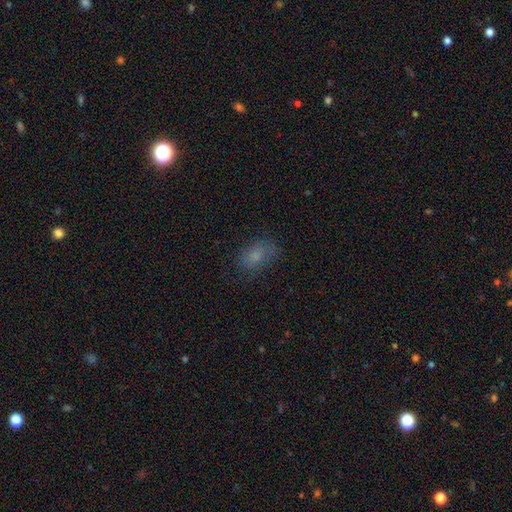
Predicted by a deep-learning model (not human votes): Smooth or featured?
  - smooth: 72% *
  - featured or disk: 14%
  - star or artifact: 14%
How rounded?
  - in between: 85% *
  - round: 12%
  - cigar-shaped: 2%
Merging?
  - none: 70% *
  - minor disturbance: 21%
  - major disturbance: 8%
  - merger: 1%